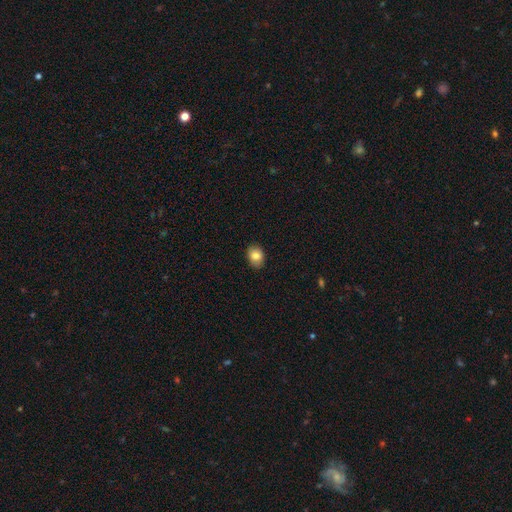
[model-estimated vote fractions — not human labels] Overall: smooth (84%). How rounded: in between (59%; round 40%). Merging: none (87%).